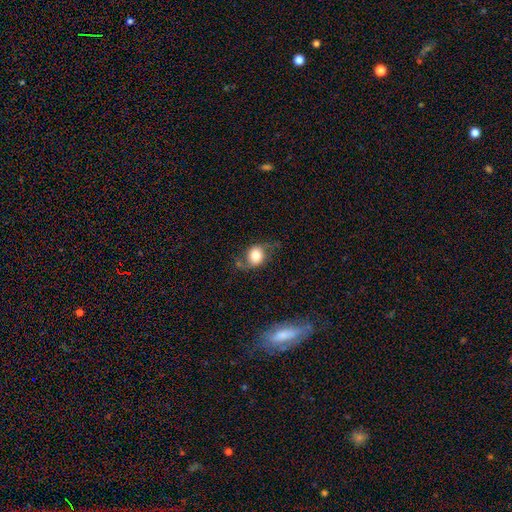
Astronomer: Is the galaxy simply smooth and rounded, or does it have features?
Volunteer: smooth — 72%.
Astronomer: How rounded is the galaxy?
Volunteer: round — 64%.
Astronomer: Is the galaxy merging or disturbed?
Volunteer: none — 70%.